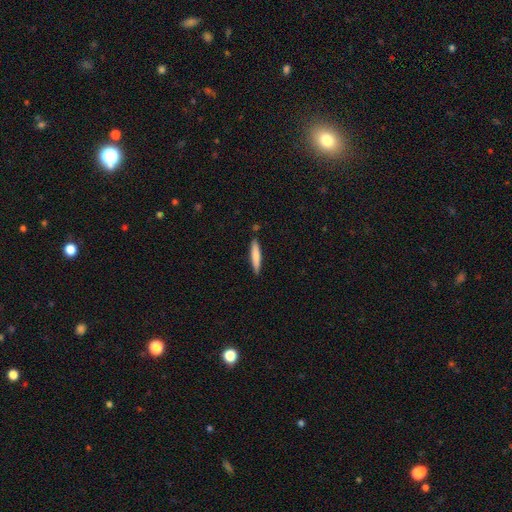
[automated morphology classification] smooth-or-featured: smooth: 76% | featured or disk: 18% | star or artifact: 5%
  how-rounded: cigar-shaped: 91% | in between: 8% | round: 1%
  merging: none: 87% | minor disturbance: 9% | merger: 2% | major disturbance: 2%